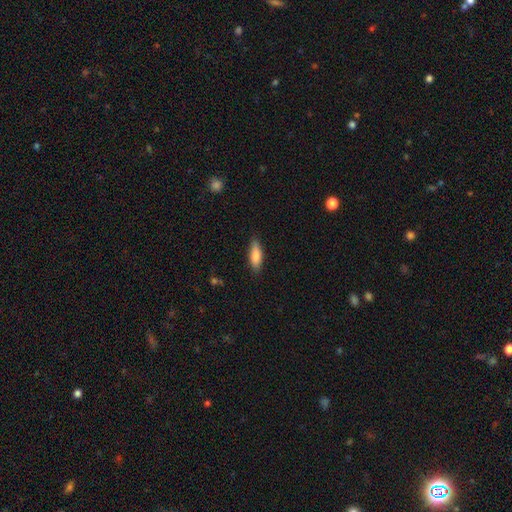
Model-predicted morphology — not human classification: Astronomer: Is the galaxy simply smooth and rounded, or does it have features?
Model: smooth — 84%.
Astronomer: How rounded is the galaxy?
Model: in between — 54% (runner-up: cigar-shaped, 45%).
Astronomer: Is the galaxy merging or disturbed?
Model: none — 84%.